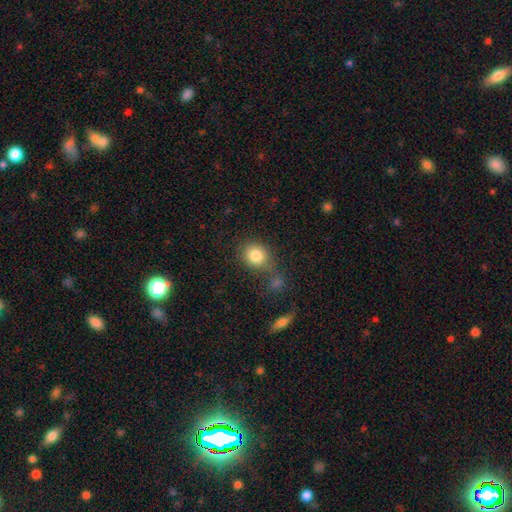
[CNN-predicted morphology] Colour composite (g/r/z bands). It shows a smooth galaxy with no disk features (83%) that is round (74%). Merging: none (63%).